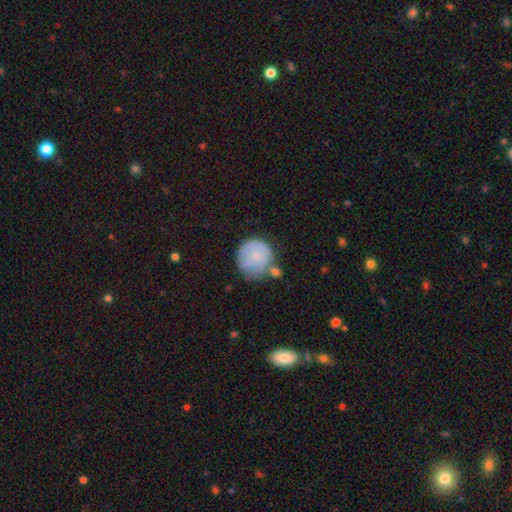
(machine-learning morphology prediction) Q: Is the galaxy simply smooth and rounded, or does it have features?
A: smooth — 65%.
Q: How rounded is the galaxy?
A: round — 91%.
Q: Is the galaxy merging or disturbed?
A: none — 50%.